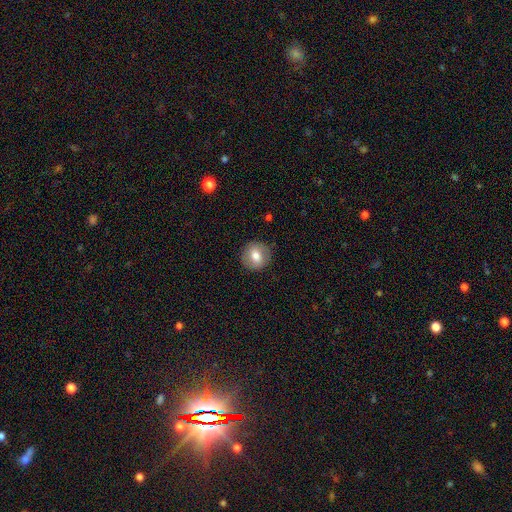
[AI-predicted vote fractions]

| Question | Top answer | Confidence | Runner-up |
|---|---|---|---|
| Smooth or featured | smooth | 72% | featured or disk (20%) |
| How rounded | round | 89% | in between (10%) |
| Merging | none | 88% | minor disturbance (8%) |